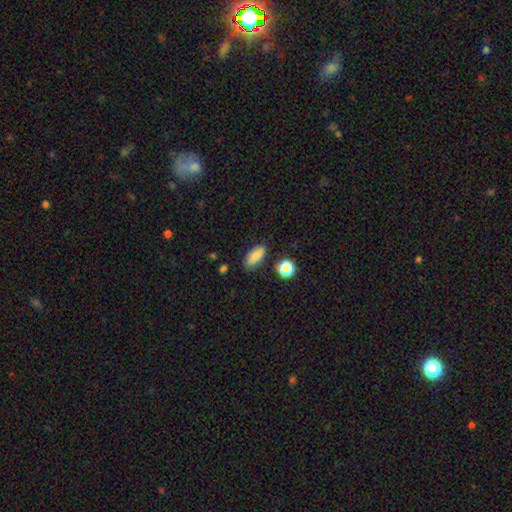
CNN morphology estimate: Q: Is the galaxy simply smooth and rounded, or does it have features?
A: smooth — 85%.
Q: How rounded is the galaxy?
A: in between — 86%.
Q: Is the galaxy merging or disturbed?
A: none — 80%.